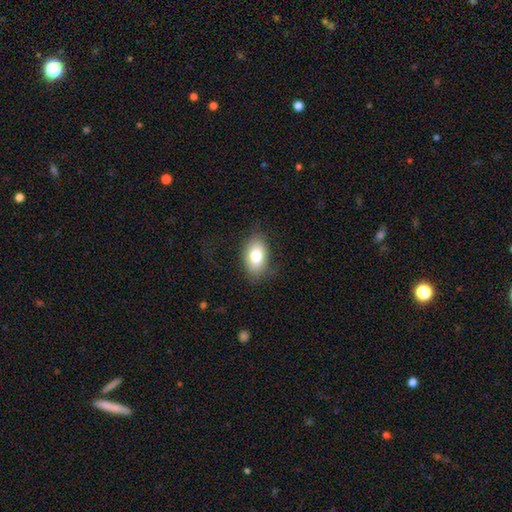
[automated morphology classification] This appears to be a smooth galaxy with no disk features (78%) that is in between round and cigar-shaped (89%). Merging: none (77%).